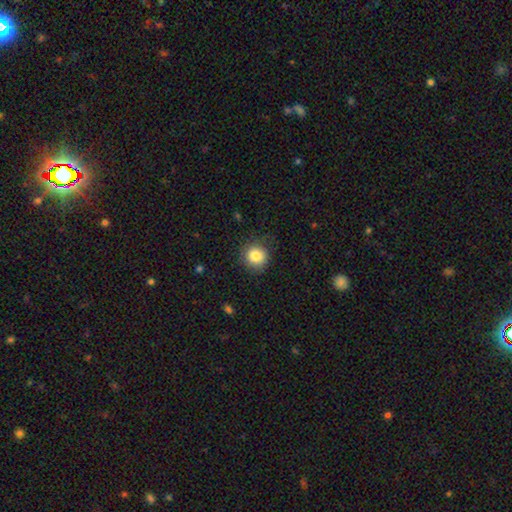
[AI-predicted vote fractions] Smooth or featured?
  - smooth: 84% *
  - star or artifact: 10%
  - featured or disk: 6%
How rounded?
  - round: 91% *
  - in between: 8%
  - cigar-shaped: 1%
Merging?
  - none: 85% *
  - minor disturbance: 10%
  - major disturbance: 3%
  - merger: 1%